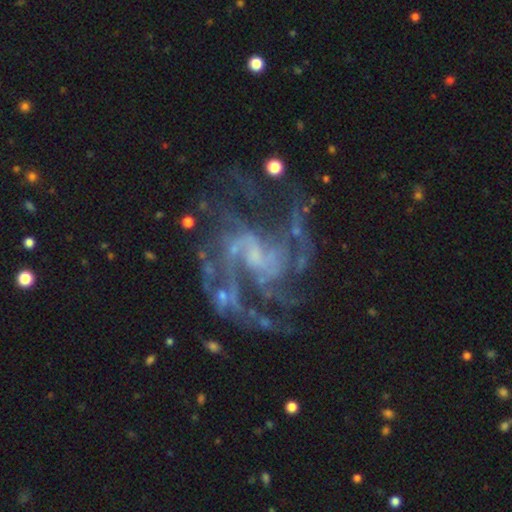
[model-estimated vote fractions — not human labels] Morphology: type=featured or disk (88%); edge-on=no (98%); bar=weak (45%); spiral arms=yes (95%); winding=medium (51%); arm count=3 (26%); bulge=small (46%); merging=none (56%).